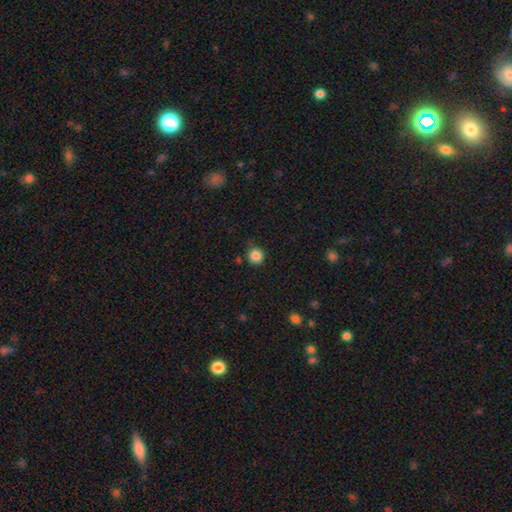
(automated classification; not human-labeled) Q: Smooth or featured?
A: smooth (85%); runner-up: star or artifact (11%)
Q: How rounded?
A: round (93%); runner-up: in between (6%)
Q: Merging?
A: none (85%); runner-up: minor disturbance (10%)